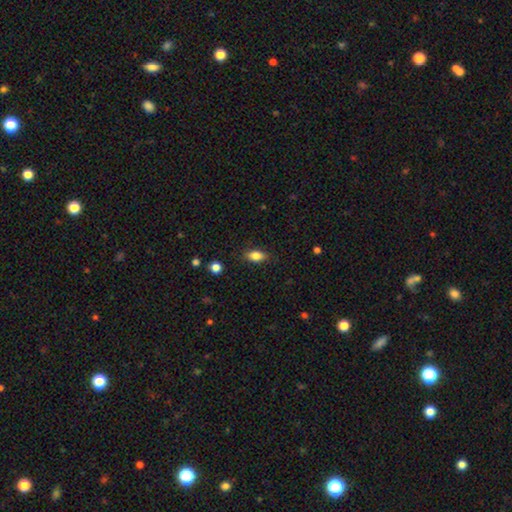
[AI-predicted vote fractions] Overall: smooth (81%). How rounded: in between (85%). Merging: none (85%).